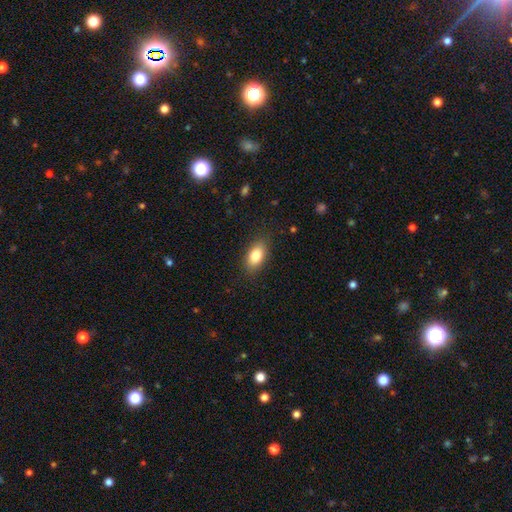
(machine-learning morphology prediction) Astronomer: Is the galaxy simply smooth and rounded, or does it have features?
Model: smooth — 83%.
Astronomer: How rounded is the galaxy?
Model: in between — 89%.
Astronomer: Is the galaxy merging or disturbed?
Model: none — 85%.